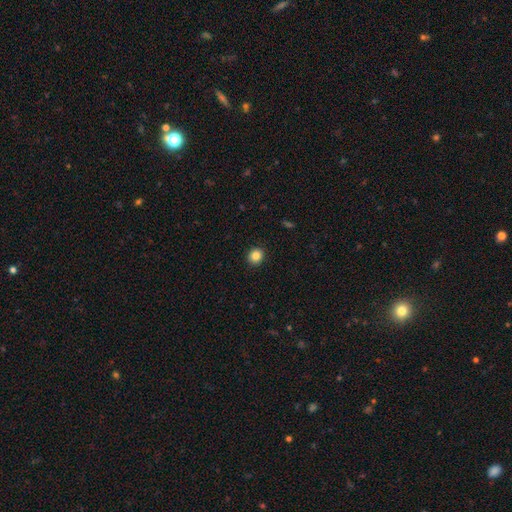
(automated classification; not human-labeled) Overall: smooth (85%). How rounded: round (84%). Merging: none (92%).